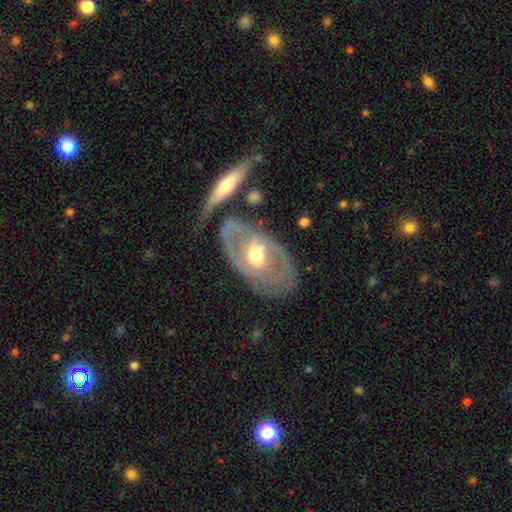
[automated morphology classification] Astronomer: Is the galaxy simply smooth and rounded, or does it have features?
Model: featured or disk — 77%.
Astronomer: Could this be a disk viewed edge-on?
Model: no — 92%.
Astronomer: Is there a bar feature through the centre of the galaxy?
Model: no — 40% (runner-up: weak, 38%).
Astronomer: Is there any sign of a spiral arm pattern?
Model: yes — 64%.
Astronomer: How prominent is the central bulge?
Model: moderate — 72%.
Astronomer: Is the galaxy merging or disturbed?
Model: none — 67%.